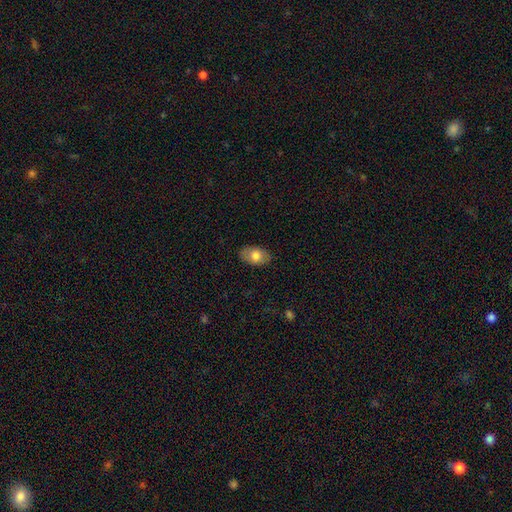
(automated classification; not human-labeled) smooth 75%, featured or disk 19%, star or artifact 7%. Down the decision tree: how rounded — in between (90%); merging — none (84%).